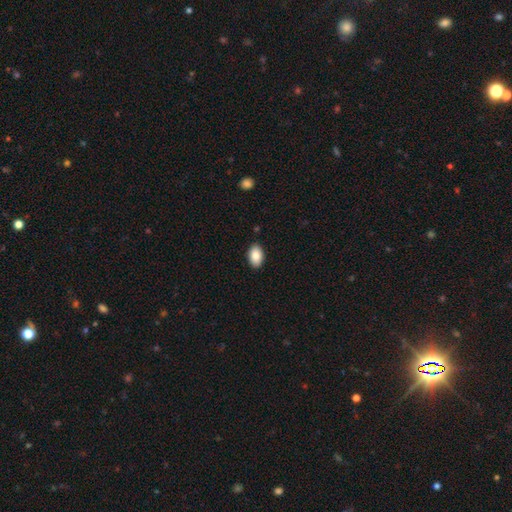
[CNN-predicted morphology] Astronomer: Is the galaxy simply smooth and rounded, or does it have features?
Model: smooth — 86%.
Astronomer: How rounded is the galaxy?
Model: in between — 91%.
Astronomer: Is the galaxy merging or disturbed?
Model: none — 89%.